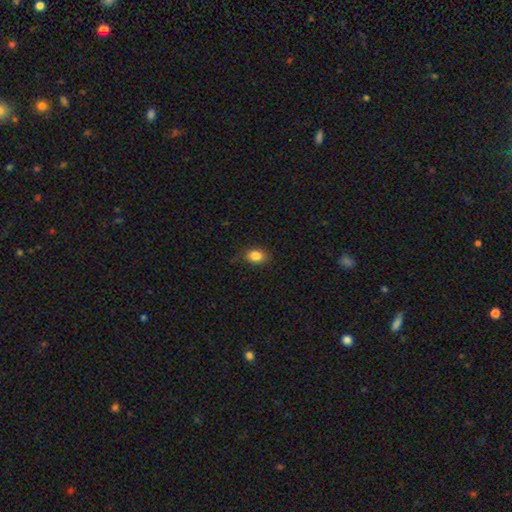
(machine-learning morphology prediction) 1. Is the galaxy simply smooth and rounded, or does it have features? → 85% smooth, 10% star or artifact, 6% featured or disk.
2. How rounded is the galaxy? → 73% in between, 25% round, 1% cigar-shaped.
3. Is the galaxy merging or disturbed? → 80% none, 15% minor disturbance, 4% major disturbance, 1% merger.